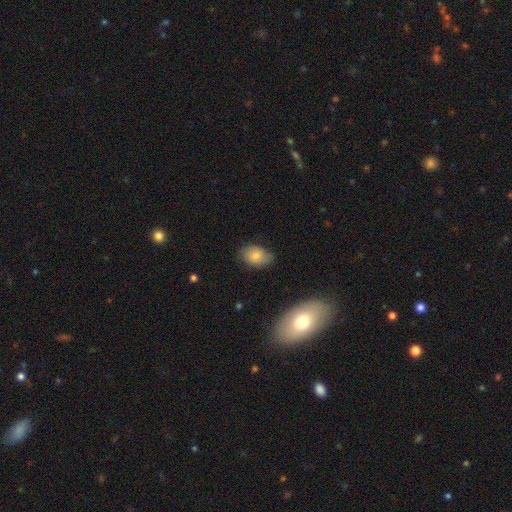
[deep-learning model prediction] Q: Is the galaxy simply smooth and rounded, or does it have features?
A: smooth — 77%.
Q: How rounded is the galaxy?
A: in between — 84%.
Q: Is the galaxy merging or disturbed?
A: none — 74%.